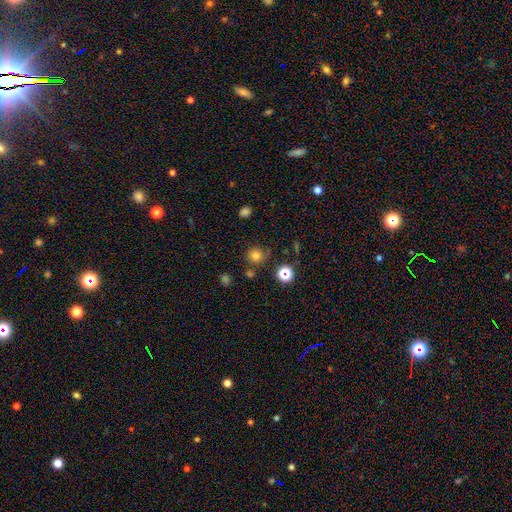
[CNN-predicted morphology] Smooth or featured? Predicted: smooth (p=0.73). How rounded? Predicted: round (p=0.90). Merging? Predicted: none (p=0.76).